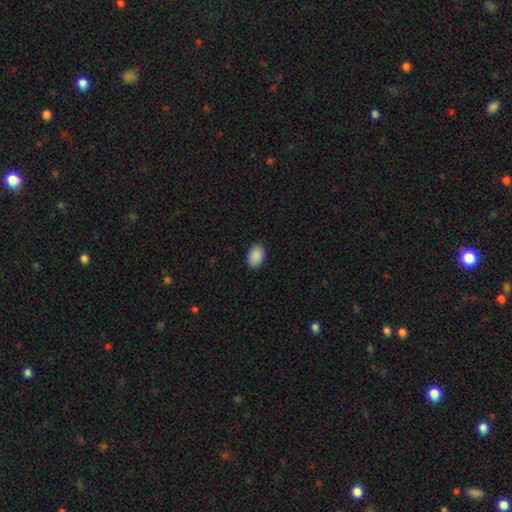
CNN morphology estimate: smooth 91%, star or artifact 7%, featured or disk 2%. Down the decision tree: how rounded — in between (87%); merging — none (89%).